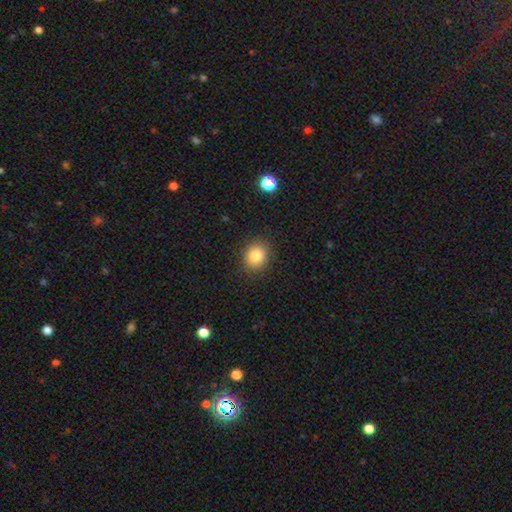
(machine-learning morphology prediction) Smooth or featured? smooth (84%)
How rounded? round (72%)
Merging? none (89%)